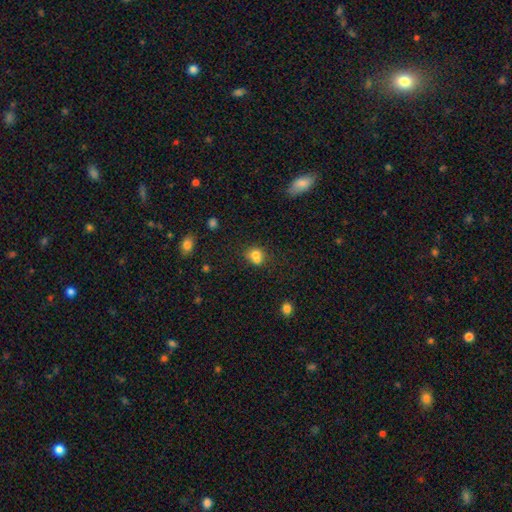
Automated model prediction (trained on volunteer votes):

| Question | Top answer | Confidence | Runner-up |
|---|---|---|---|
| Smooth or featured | smooth | 74% | featured or disk (14%) |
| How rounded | round | 68% | in between (31%) |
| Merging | merger | 49% | none (36%) |